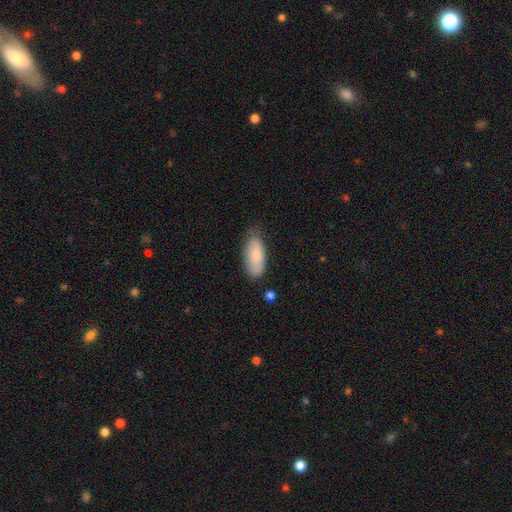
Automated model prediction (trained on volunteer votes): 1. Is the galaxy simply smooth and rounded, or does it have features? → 83% smooth, 11% featured or disk, 6% star or artifact.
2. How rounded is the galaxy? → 86% in between, 12% cigar-shaped, 2% round.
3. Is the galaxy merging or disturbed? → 67% none, 27% minor disturbance, 5% major disturbance, 2% merger.